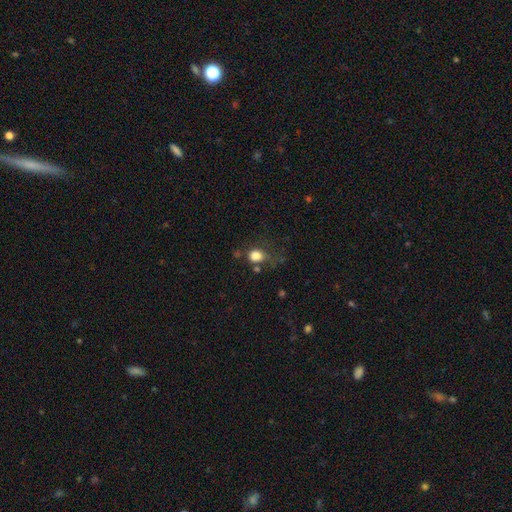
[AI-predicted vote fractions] smooth-or-featured: smooth: 82% | star or artifact: 12% | featured or disk: 6%
  how-rounded: round: 61% | in between: 38% | cigar-shaped: 1%
  merging: none: 51% | minor disturbance: 23% | major disturbance: 16% | merger: 10%